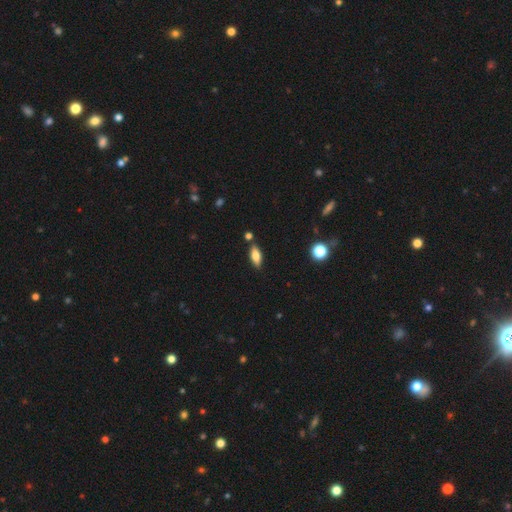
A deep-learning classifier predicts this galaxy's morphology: smooth_or_featured: smooth (p=0.76) [alt: featured or disk p=0.16]
how_rounded: in between (p=0.79) [alt: cigar-shaped p=0.18]
merging: none (p=0.82) [alt: minor disturbance p=0.11]